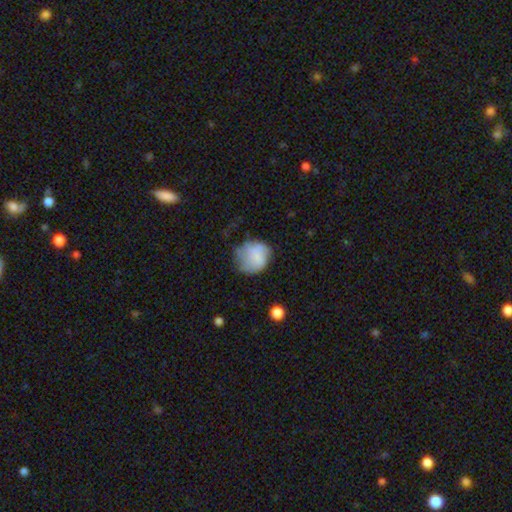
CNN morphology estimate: The model was most divided on "merging": none: 46%, minor disturbance: 32%, major disturbance: 19%, merger: 3%. More confident: how rounded — round (78%); smooth or featured — smooth (71%).